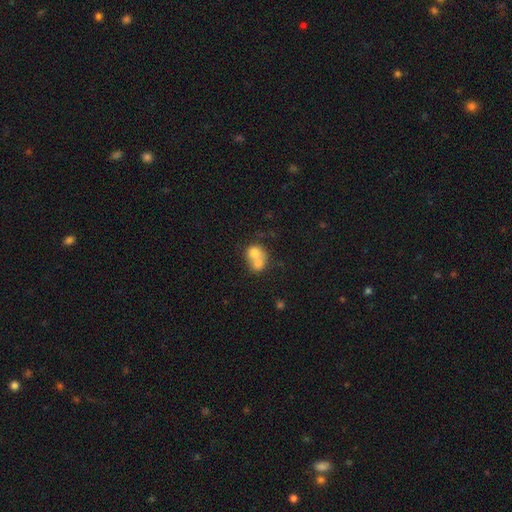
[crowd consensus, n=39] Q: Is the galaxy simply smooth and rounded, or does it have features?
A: smooth — 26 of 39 (67%).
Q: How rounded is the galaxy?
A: round — 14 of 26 (54%).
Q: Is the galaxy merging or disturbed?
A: merger — 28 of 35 (80%).